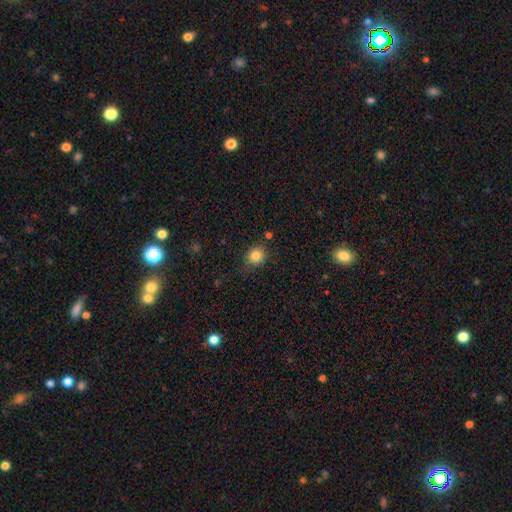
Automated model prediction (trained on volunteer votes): A smooth galaxy with no disk features (84%) that is round (82%).

Vote fractions:
- Smooth or featured? smooth: 84% / star or artifact: 11% / featured or disk: 5%
- How rounded? round: 82% / in between: 17% / cigar-shaped: 1%
- Merging? none: 75% / minor disturbance: 17% / major disturbance: 4% / merger: 4%